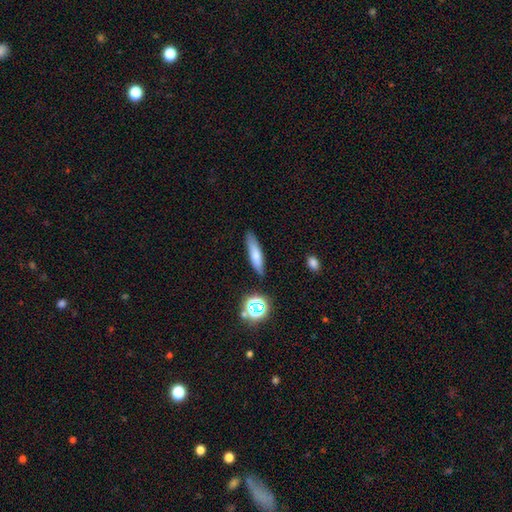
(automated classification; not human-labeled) Overall: smooth (71%). How rounded: cigar-shaped (75%). Merging: none (82%).